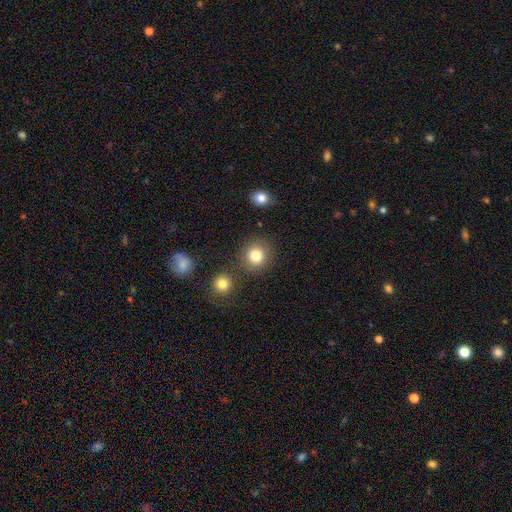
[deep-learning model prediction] Q: Smooth or featured?
A: smooth (82%); runner-up: star or artifact (11%)
Q: How rounded?
A: round (89%); runner-up: in between (10%)
Q: Merging?
A: none (83%); runner-up: minor disturbance (8%)